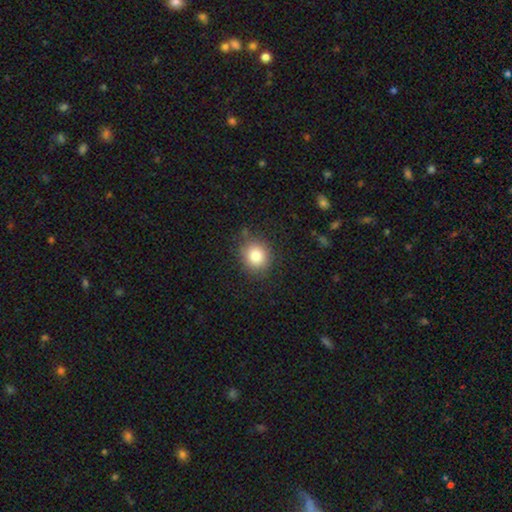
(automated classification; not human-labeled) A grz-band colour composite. It shows a smooth galaxy with no disk features (83%) that is round (85%). Merging: none (84%).